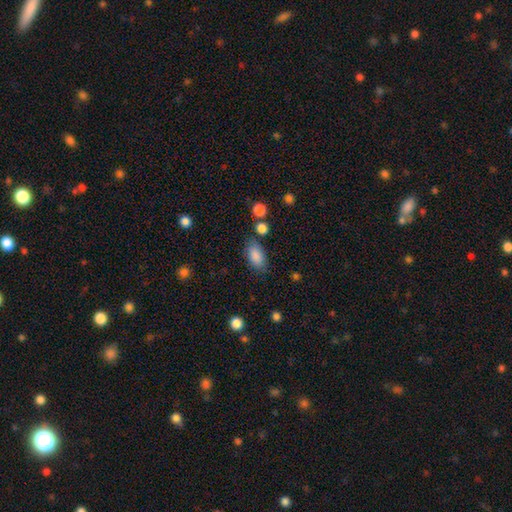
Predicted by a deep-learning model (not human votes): smooth 86%, star or artifact 8%, featured or disk 6%. Down the decision tree: how rounded — in between (91%); merging — none (75%).